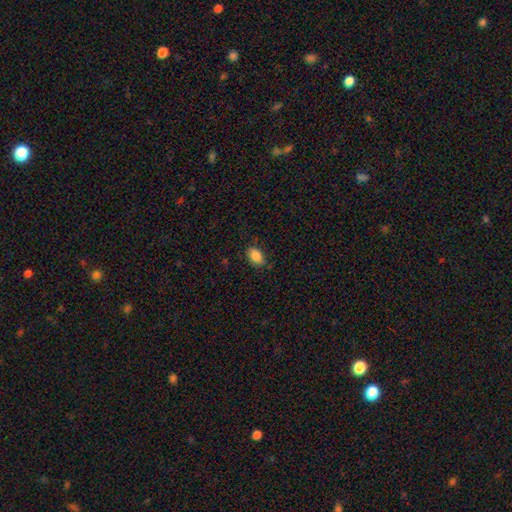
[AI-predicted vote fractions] This is clearly a smooth galaxy (87%). How rounded: clearly in between (85%). Merging: likely none (76%).